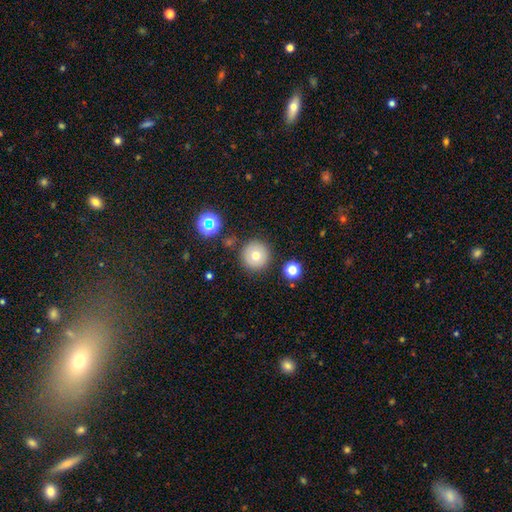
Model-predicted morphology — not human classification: A smooth galaxy with no disk features (73%) that is round (96%). Merging: none (86%).